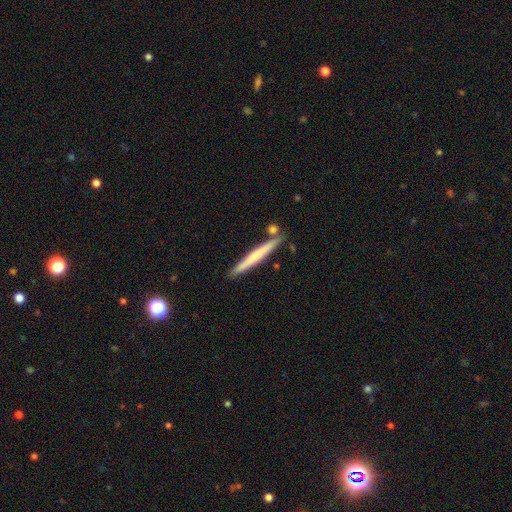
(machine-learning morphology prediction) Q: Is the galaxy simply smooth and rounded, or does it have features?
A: smooth — 55%.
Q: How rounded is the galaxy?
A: cigar-shaped — 97%.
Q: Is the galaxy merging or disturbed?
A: none — 83%.